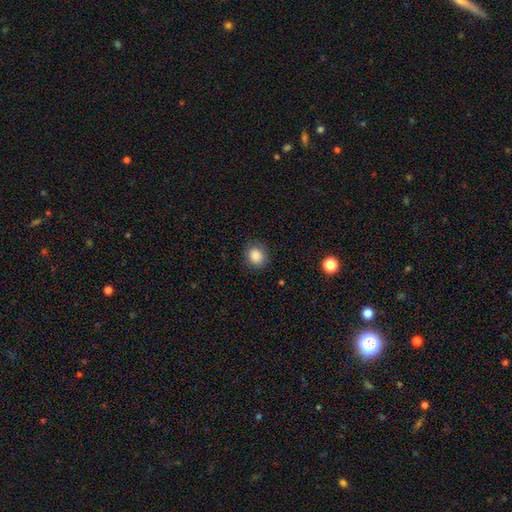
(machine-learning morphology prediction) A smooth galaxy with no disk features (87%) that is round (64%). Merging: none (83%).